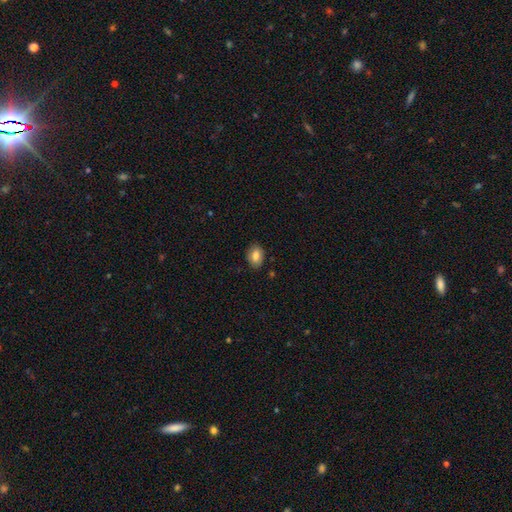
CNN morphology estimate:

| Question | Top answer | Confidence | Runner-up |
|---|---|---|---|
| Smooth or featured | smooth | 81% | featured or disk (11%) |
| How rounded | in between | 77% | round (22%) |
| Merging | none | 86% | minor disturbance (11%) |